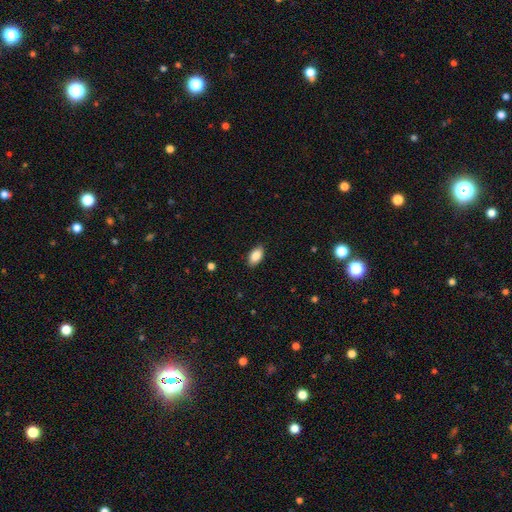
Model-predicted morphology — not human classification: Smooth or featured? smooth (87%)
How rounded? in between (93%)
Merging? none (87%)